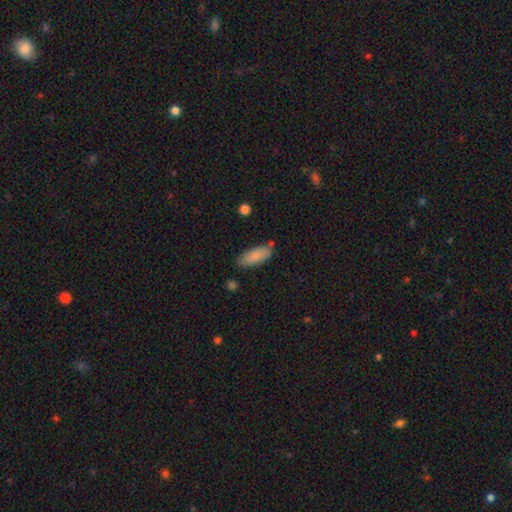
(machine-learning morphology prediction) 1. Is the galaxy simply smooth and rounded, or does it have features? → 83% smooth, 10% featured or disk, 6% star or artifact.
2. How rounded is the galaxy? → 80% in between, 18% cigar-shaped, 2% round.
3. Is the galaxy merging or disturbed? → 73% none, 18% minor disturbance, 5% merger, 4% major disturbance.